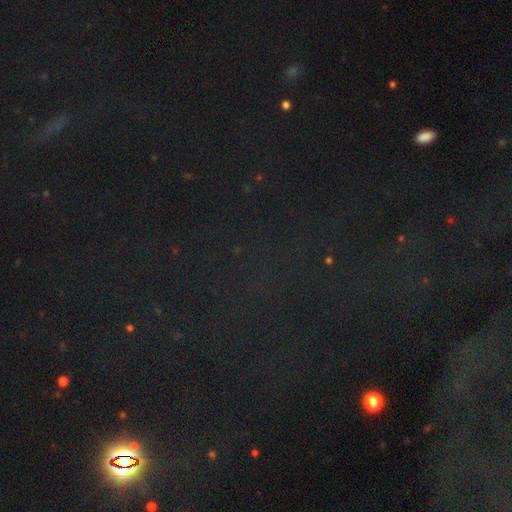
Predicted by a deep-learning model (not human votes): Smooth or featured? Predicted: star or artifact (p=0.80).